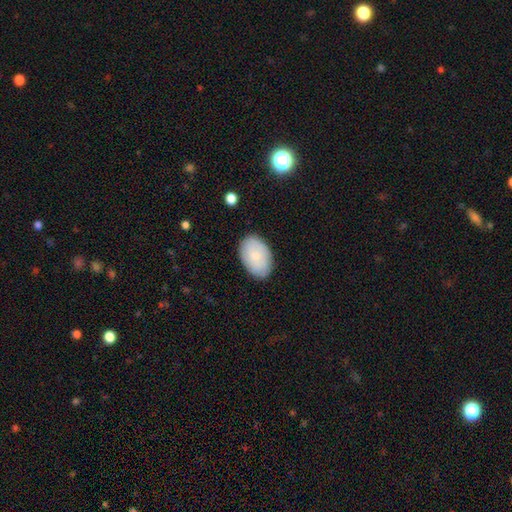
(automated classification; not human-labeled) Overall: smooth (80%). How rounded: in between (90%). Merging: none (86%).